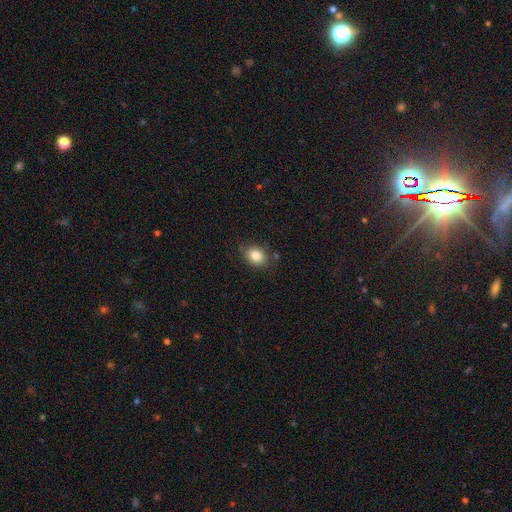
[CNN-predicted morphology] This appears to be a smooth galaxy with no disk features (82%) that is in between round and cigar-shaped (56%). Merging: none (77%).